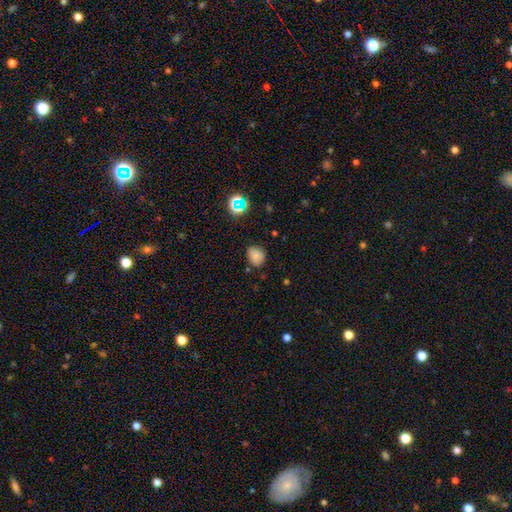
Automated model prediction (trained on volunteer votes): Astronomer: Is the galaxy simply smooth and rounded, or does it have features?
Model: smooth — 76%.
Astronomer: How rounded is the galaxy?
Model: round — 63%.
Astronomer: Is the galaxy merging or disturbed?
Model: none — 76%.